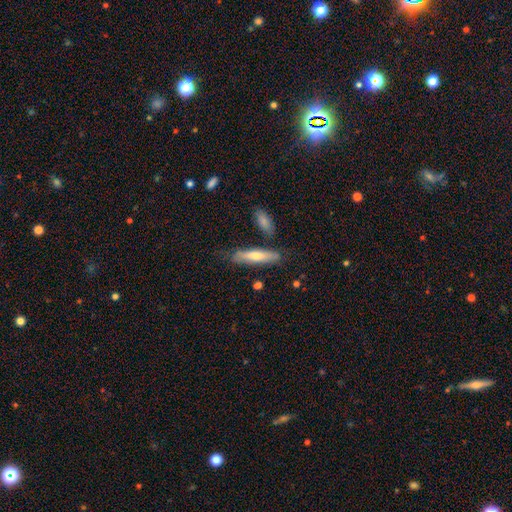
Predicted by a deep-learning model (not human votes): Q: Smooth or featured?
A: smooth (53%); runner-up: featured or disk (40%)
Q: How rounded?
A: cigar-shaped (81%); runner-up: in between (17%)
Q: Merging?
A: none (76%); runner-up: minor disturbance (15%)